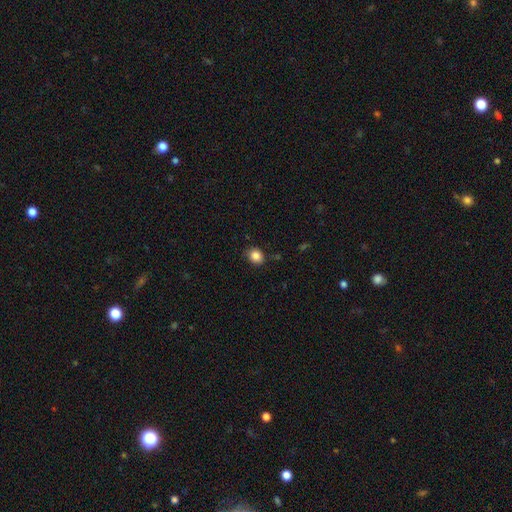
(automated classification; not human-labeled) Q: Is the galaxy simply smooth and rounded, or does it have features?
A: smooth — 85%.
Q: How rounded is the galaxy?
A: round — 66%.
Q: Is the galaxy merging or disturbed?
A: none — 84%.